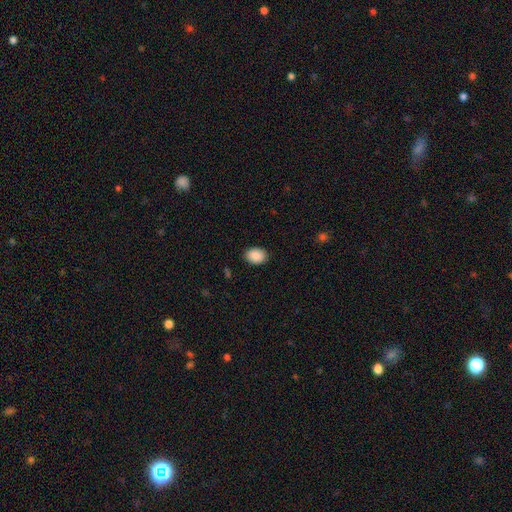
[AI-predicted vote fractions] A smooth galaxy with no disk features (89%) that is in between round and cigar-shaped (69%). Merging: none (89%).